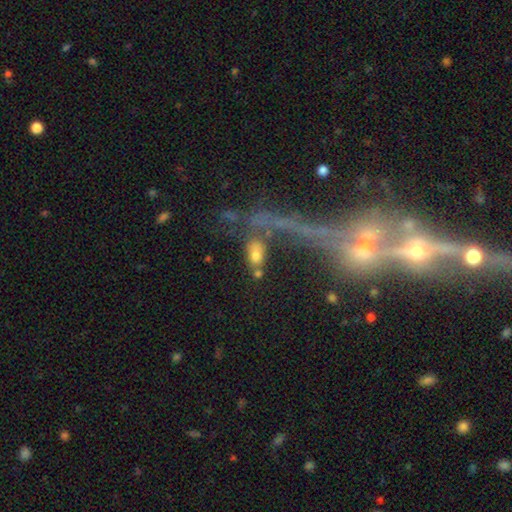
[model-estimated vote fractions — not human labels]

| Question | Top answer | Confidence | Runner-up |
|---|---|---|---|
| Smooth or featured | smooth | 63% | featured or disk (20%) |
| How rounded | in between | 75% | round (15%) |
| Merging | none | 52% | merger (20%) |